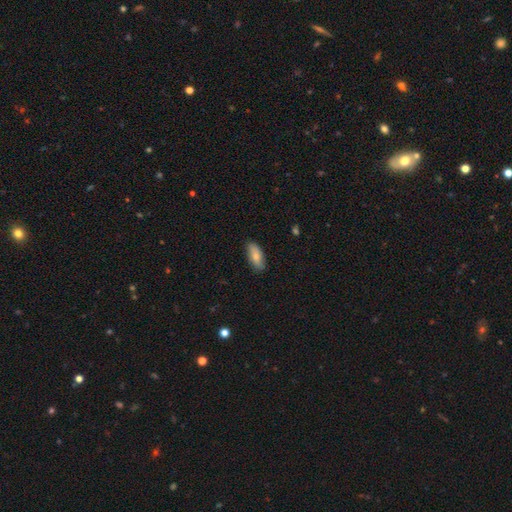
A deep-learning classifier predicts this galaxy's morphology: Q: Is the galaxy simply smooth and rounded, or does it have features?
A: smooth — 73%.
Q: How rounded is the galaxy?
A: in between — 79%.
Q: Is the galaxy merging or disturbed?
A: none — 83%.